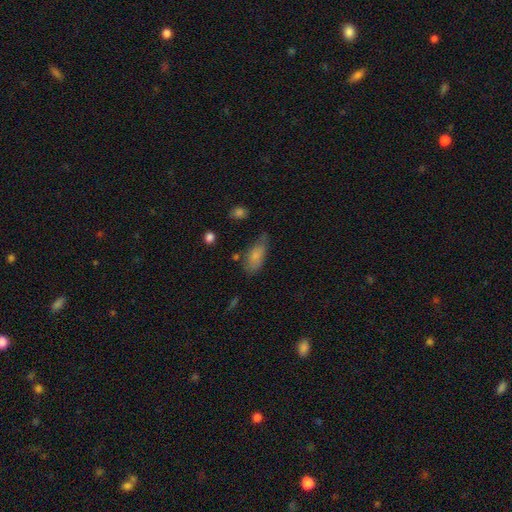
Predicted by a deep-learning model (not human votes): Smooth or featured? Predicted: smooth (p=0.78). How rounded? Predicted: in between (p=0.85). Merging? Predicted: none (p=0.47).